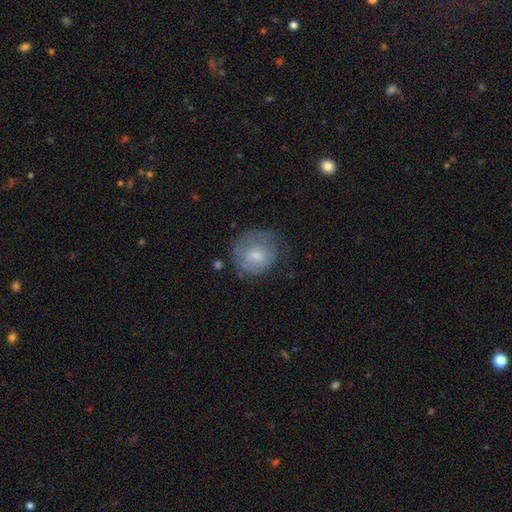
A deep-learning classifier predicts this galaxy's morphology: Smooth or featured?
  - smooth: 61% *
  - featured or disk: 31%
  - star or artifact: 8%
How rounded?
  - round: 80% *
  - in between: 19%
  - cigar-shaped: 1%
Merging?
  - none: 51% *
  - minor disturbance: 29%
  - major disturbance: 18%
  - merger: 2%